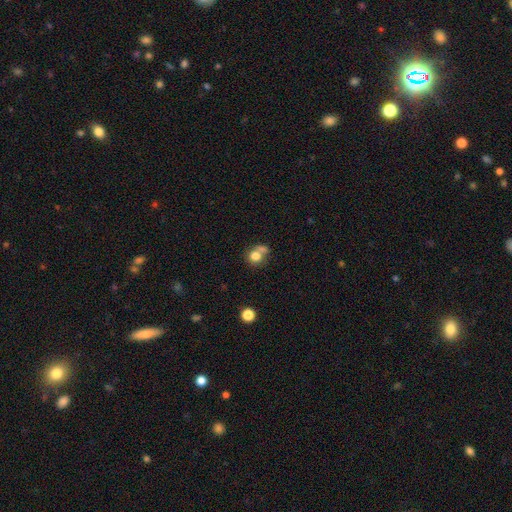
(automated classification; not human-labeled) This is likely a smooth galaxy (77%). How rounded: likely round (78%). Merging: marginally none (42%).